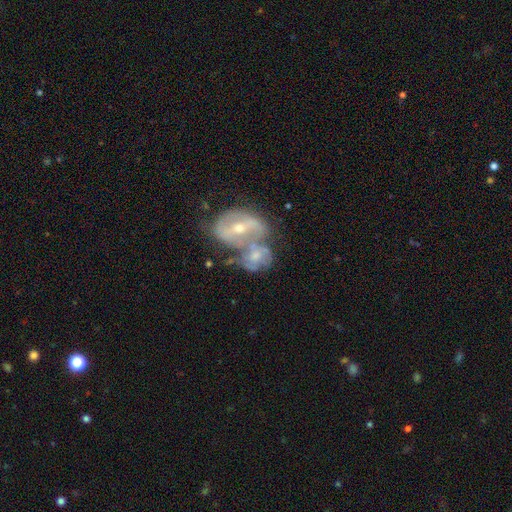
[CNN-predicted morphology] Smooth or featured: featured or disk — 67% (smooth — 26%)
Edge-on disk: no — 96% (yes — 4%)
Bar: no — 47% (weak — 34%)
Spiral arms: yes — 66% (no — 34%)
Bulge size: moderate — 48% (small — 45%)
Merging: merger — 68% (none — 17%)